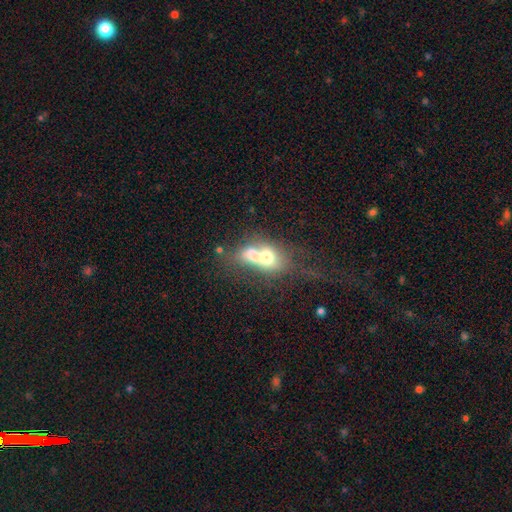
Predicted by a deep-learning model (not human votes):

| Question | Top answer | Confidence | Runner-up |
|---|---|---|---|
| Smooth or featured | smooth | 60% | featured or disk (30%) |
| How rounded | in between | 60% | round (36%) |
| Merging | merger | 71% | none (15%) |